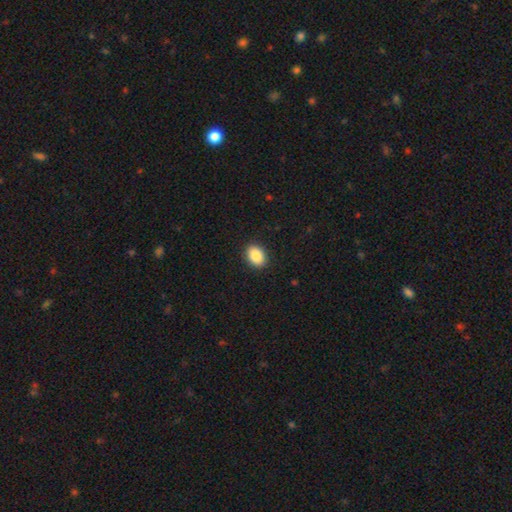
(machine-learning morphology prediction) Overall: smooth (88%). How rounded: in between (73%). Merging: none (90%).